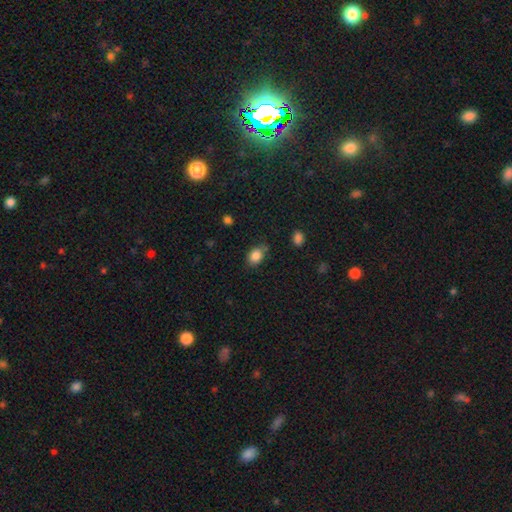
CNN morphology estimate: smooth-or-featured: smooth: 85% | star or artifact: 9% | featured or disk: 6%
  how-rounded: in between: 69% | round: 30% | cigar-shaped: 1%
  merging: none: 67% | minor disturbance: 25% | major disturbance: 5% | merger: 4%